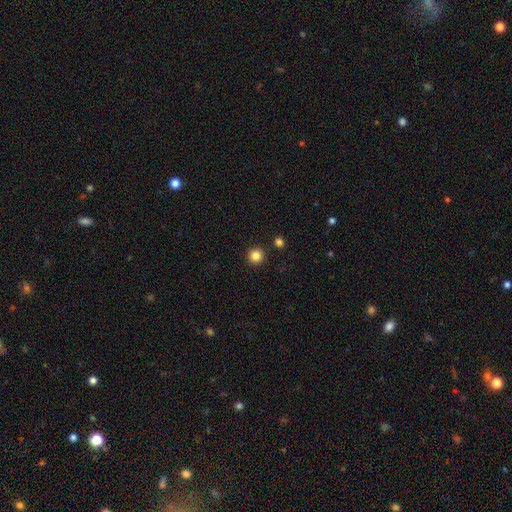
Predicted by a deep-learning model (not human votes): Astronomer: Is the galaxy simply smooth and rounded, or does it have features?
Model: smooth — 84%.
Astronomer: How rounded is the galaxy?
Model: round — 96%.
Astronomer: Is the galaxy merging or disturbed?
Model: none — 92%.